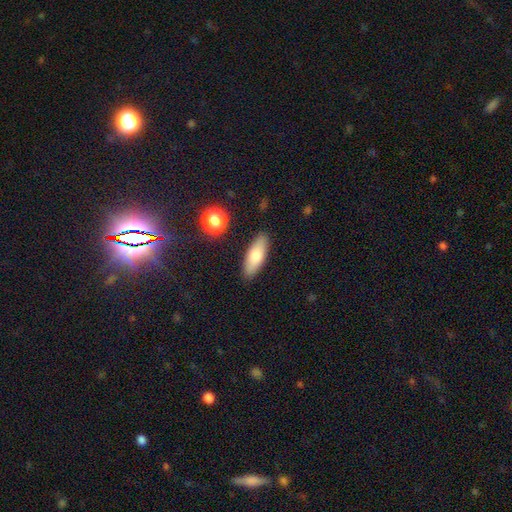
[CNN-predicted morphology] smooth_or_featured: smooth (p=0.76) [alt: featured or disk p=0.17]
how_rounded: in between (p=0.66) [alt: cigar-shaped p=0.32]
merging: none (p=0.87) [alt: minor disturbance p=0.09]